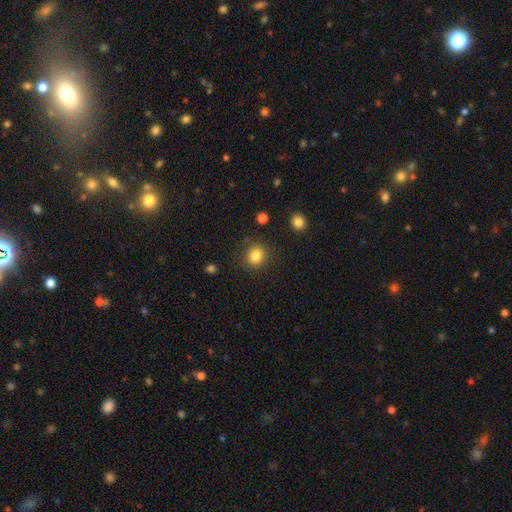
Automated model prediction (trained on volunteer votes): Smooth or featured?
  - smooth: 84% *
  - star or artifact: 11%
  - featured or disk: 5%
How rounded?
  - round: 80% *
  - in between: 19%
  - cigar-shaped: 1%
Merging?
  - none: 86% *
  - minor disturbance: 8%
  - major disturbance: 3%
  - merger: 2%